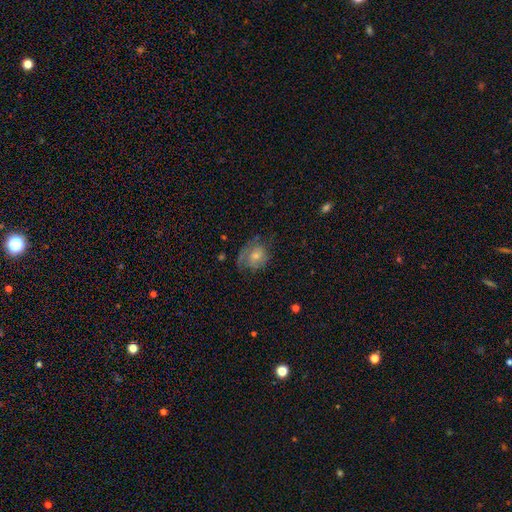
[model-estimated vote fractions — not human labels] smooth-or-featured: featured or disk: 50% | smooth: 36% | star or artifact: 14%
  disk-edge-on: no: 96% | yes: 4%
  merging: none: 61% | minor disturbance: 23% | major disturbance: 15% | merger: 2%